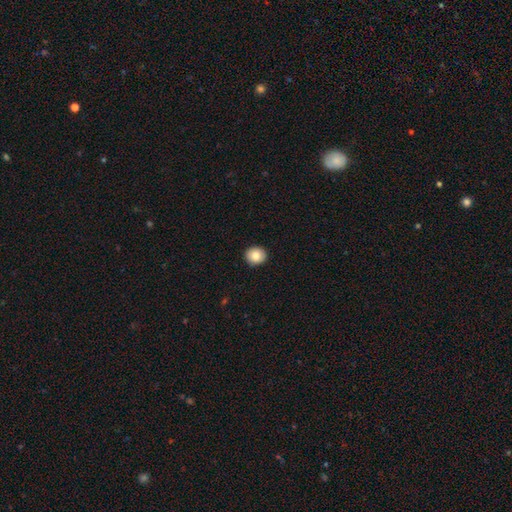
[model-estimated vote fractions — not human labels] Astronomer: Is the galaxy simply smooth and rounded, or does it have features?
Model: smooth — 83%.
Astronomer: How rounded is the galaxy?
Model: round — 80%.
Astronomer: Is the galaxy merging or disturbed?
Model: none — 92%.